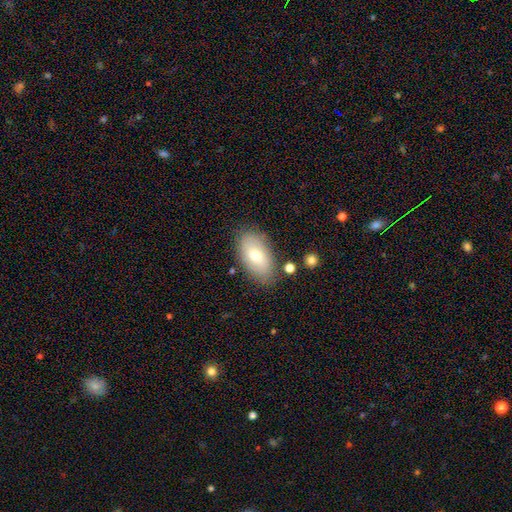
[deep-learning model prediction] Smooth or featured: smooth — 68% (featured or disk — 25%)
How rounded: in between — 93% (round — 5%)
Merging: none — 79% (minor disturbance — 14%)